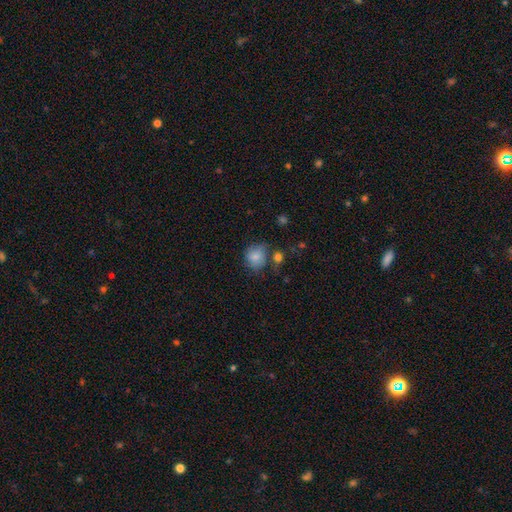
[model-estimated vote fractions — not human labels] Q: Smooth or featured?
A: smooth (76%); runner-up: featured or disk (13%)
Q: How rounded?
A: round (72%); runner-up: in between (27%)
Q: Merging?
A: none (58%); runner-up: minor disturbance (24%)